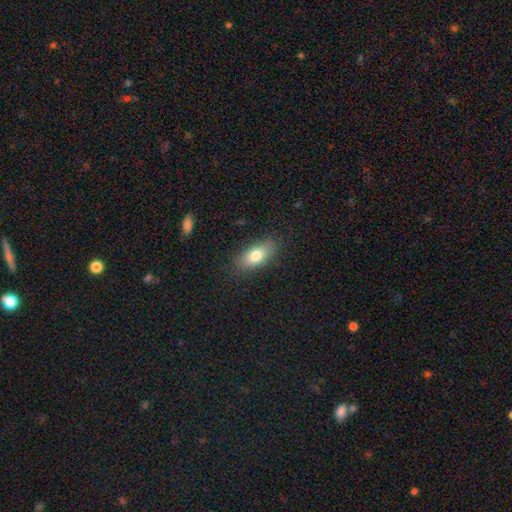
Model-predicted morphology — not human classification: Overall: smooth (78%). How rounded: in between (84%). Merging: none (83%).